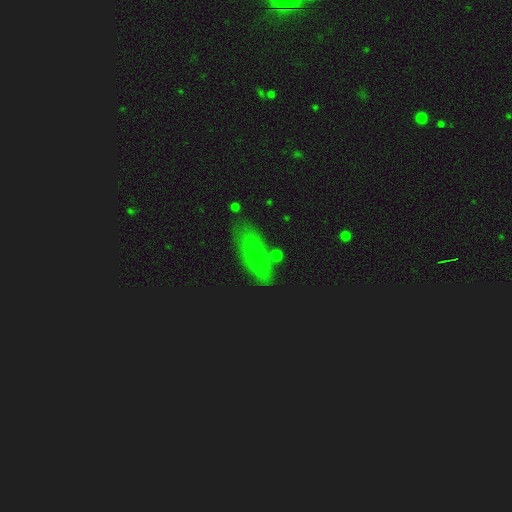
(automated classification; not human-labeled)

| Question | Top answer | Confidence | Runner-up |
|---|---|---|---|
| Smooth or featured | smooth | 58% | star or artifact (26%) |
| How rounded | in between | 71% | cigar-shaped (23%) |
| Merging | none | 76% | minor disturbance (15%) |